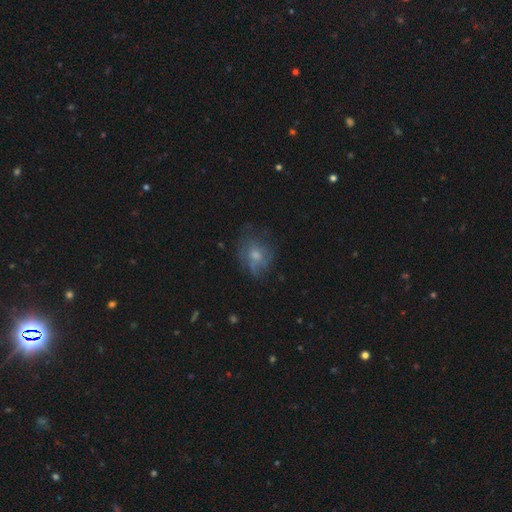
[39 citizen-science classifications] smooth 62%, featured or disk 33%, star or artifact 5%. Down the decision tree: how rounded — in between (58%); merging — none (38%).